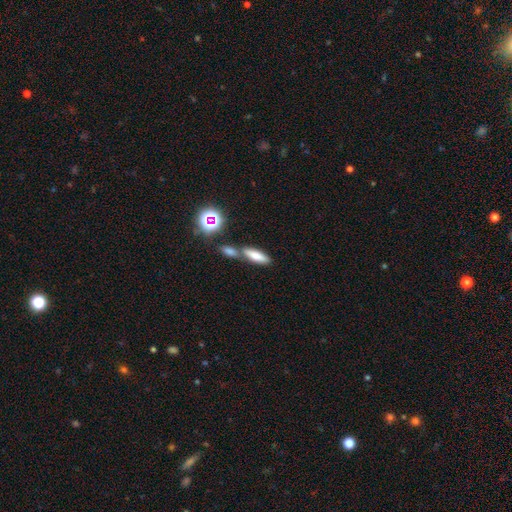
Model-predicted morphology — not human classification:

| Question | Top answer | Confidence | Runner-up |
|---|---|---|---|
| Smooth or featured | smooth | 74% | featured or disk (14%) |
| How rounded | in between | 52% | cigar-shaped (44%) |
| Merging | none | 51% | merger (34%) |